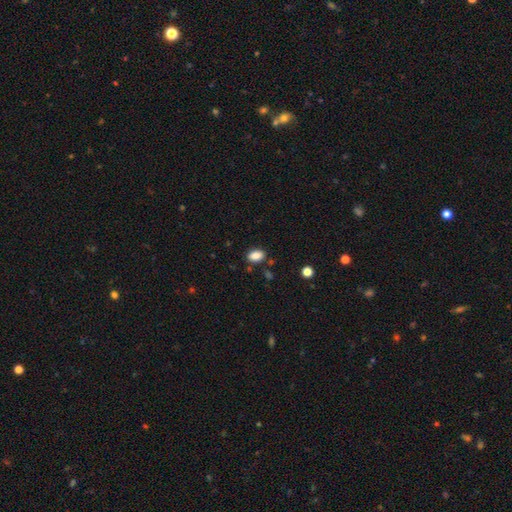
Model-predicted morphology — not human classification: smooth_or_featured: smooth (p=0.87) [alt: star or artifact p=0.09]
how_rounded: in between (p=0.85) [alt: round p=0.13]
merging: none (p=0.83) [alt: minor disturbance p=0.11]